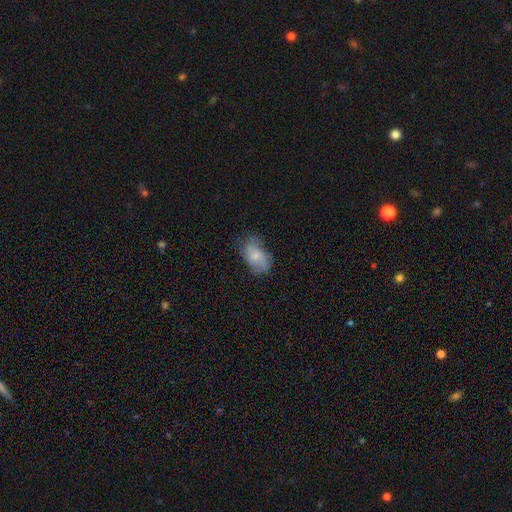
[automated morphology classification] Q: Smooth or featured?
A: smooth (67%); runner-up: featured or disk (25%)
Q: How rounded?
A: in between (90%); runner-up: round (8%)
Q: Merging?
A: none (56%); runner-up: minor disturbance (31%)